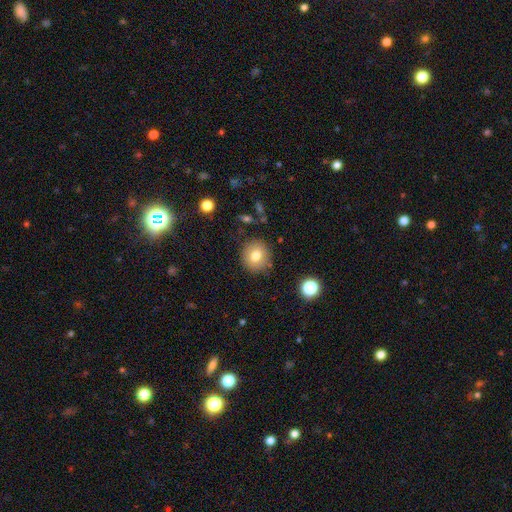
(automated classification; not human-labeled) This appears to be a smooth galaxy with no disk features (77%) that is round (89%). Merging: none (86%).